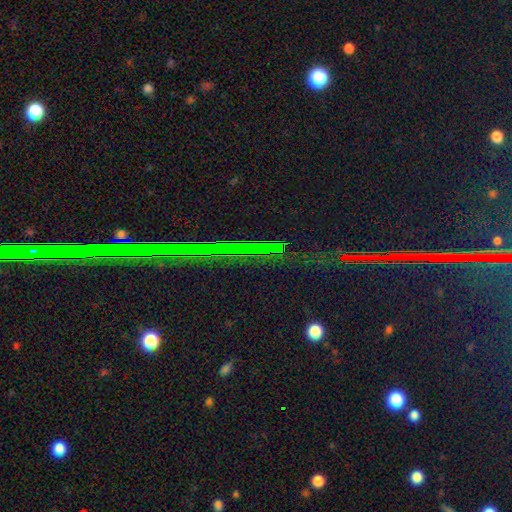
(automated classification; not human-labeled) A star or artifact, not a galaxy (76%).

Vote fractions:
- Smooth or featured? star or artifact: 76% / featured or disk: 12% / smooth: 11%